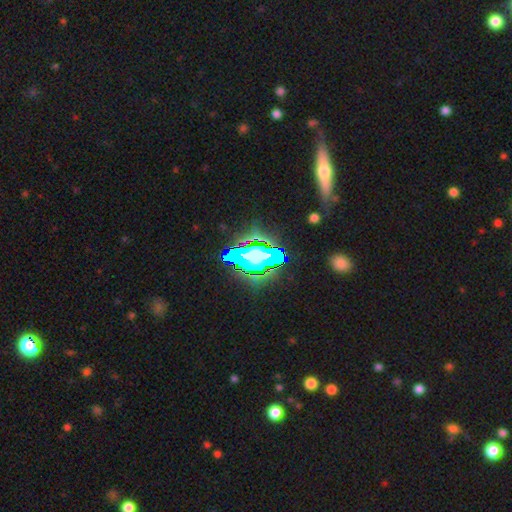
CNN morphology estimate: star or artifact 51%, featured or disk 26%, smooth 23%.